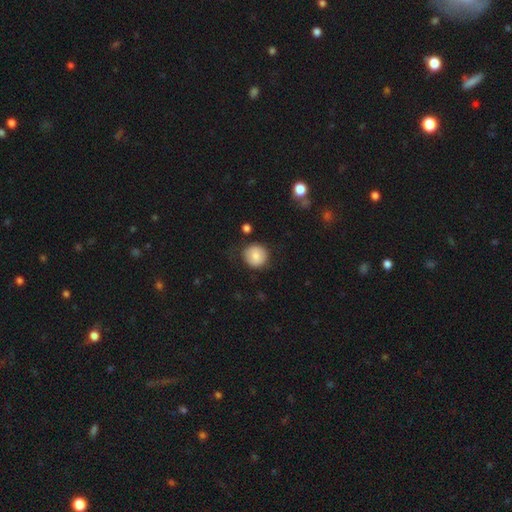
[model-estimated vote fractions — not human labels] smooth_or_featured: smooth (p=0.78) [alt: featured or disk p=0.14]
how_rounded: round (p=0.89) [alt: in between p=0.10]
merging: none (p=0.79) [alt: minor disturbance p=0.14]